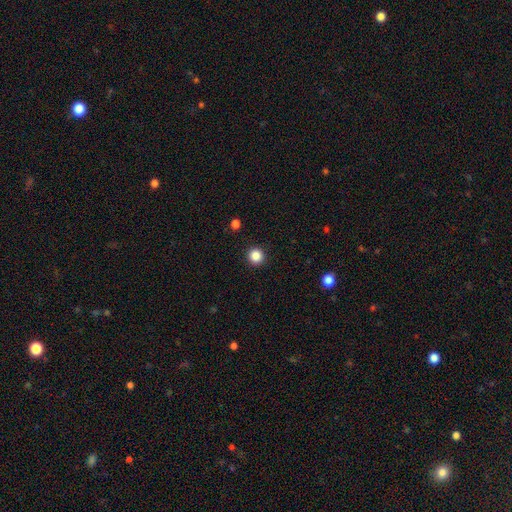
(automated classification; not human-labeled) Overall: smooth (86%). How rounded: round (95%). Merging: none (93%).